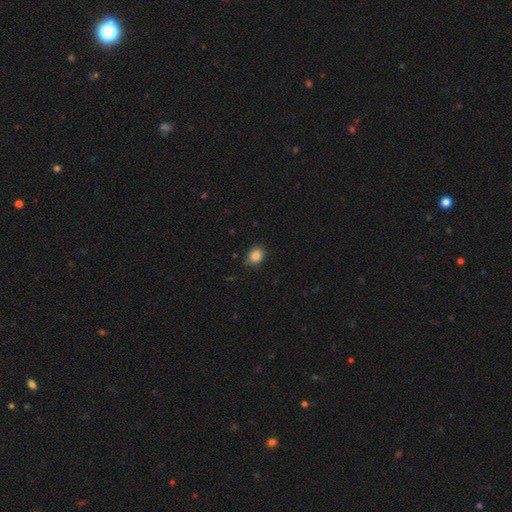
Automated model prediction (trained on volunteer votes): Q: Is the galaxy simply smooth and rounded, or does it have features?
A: smooth — 85%.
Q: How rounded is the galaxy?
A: in between — 53%.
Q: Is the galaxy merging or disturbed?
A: none — 81%.